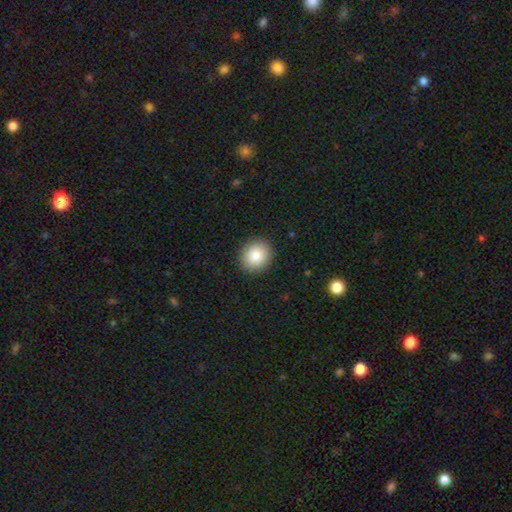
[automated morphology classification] Smooth or featured? smooth (84%)
How rounded? round (73%)
Merging? none (91%)